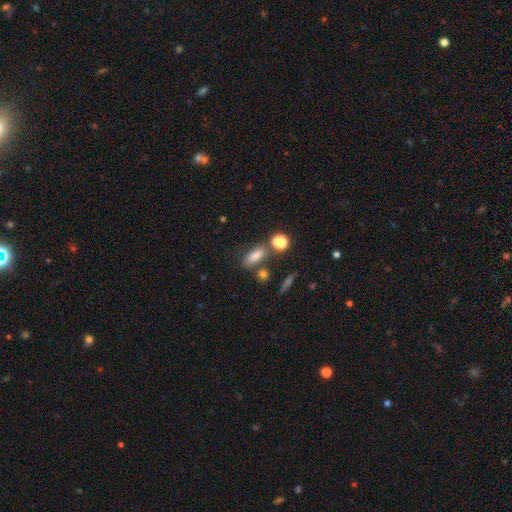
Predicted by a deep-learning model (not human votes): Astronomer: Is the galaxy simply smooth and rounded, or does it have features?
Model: smooth — 77%.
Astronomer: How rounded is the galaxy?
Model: in between — 68%.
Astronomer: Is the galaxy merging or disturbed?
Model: none — 64%.